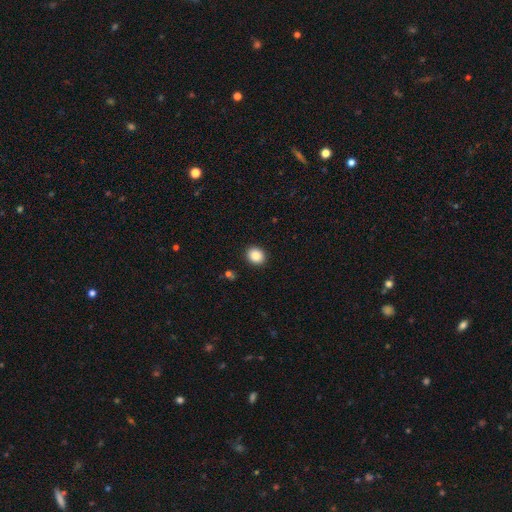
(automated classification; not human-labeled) A smooth galaxy with no disk features (88%) that is round (65%).

Vote fractions:
- Smooth or featured? smooth: 88% / star or artifact: 9% / featured or disk: 4%
- How rounded? round: 65% / in between: 35% / cigar-shaped: 1%
- Merging? none: 91% / minor disturbance: 6% / major disturbance: 2% / merger: 1%